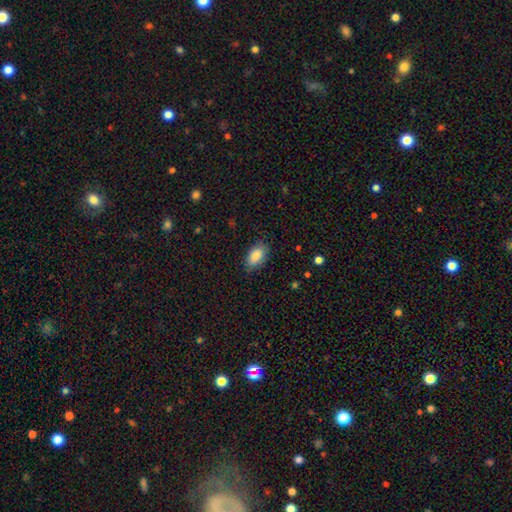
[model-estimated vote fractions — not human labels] Smooth or featured?
  - smooth: 87% *
  - star or artifact: 7%
  - featured or disk: 6%
How rounded?
  - in between: 93% *
  - round: 5%
  - cigar-shaped: 2%
Merging?
  - none: 83% *
  - minor disturbance: 13%
  - major disturbance: 3%
  - merger: 1%